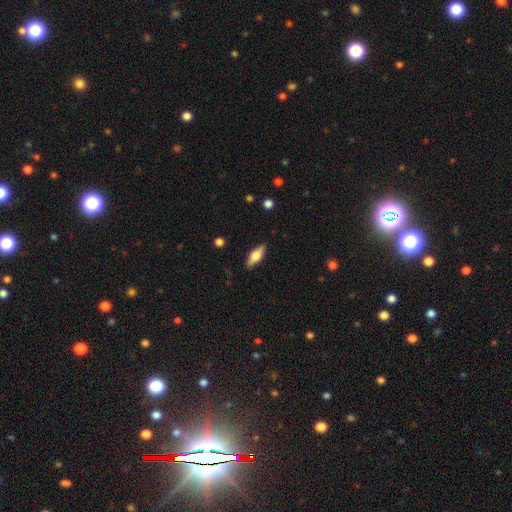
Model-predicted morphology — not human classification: This is possibly a smooth galaxy (53%). How rounded: likely in between (65%). Merging: clearly none (87%).